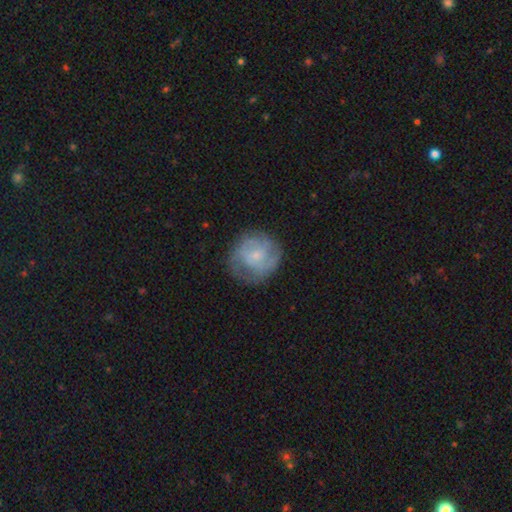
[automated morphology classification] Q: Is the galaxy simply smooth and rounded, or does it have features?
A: featured or disk — 57%.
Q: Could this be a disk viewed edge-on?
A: no — 98%.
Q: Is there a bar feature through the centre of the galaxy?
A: no — 69%.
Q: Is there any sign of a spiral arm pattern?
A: yes — 78%.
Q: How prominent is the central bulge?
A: small — 68%.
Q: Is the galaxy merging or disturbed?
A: none — 71%.